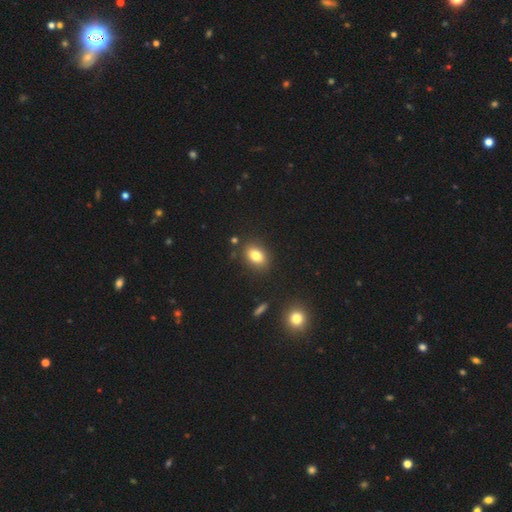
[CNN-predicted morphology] The model was most divided on "how rounded": in between: 77%, round: 21%, cigar-shaped: 2%. More confident: merging — none (85%); smooth or featured — smooth (81%).